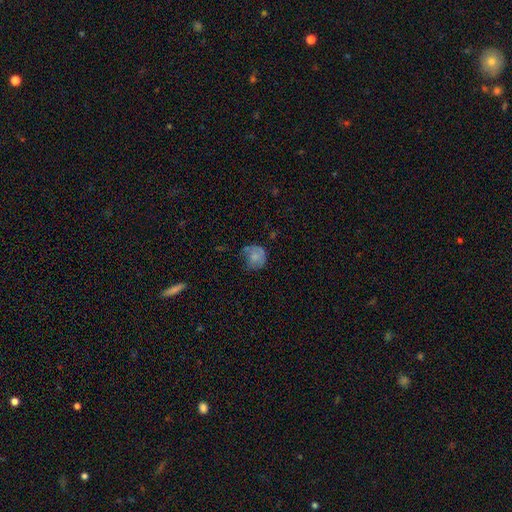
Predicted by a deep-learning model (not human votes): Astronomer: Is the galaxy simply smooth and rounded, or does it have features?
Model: smooth — 63%.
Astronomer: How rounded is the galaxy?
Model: round — 73%.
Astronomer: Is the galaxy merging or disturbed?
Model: none — 42% (runner-up: minor disturbance, 32%).